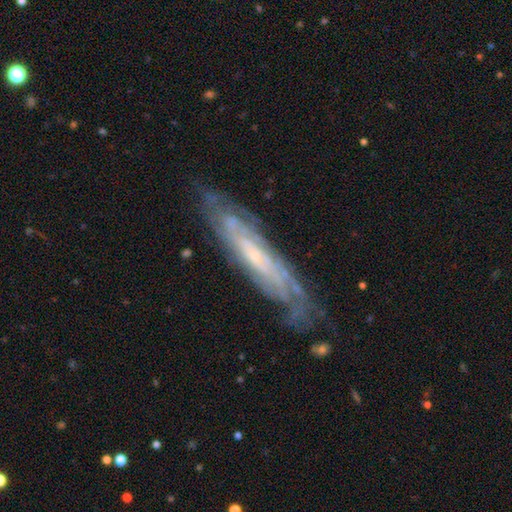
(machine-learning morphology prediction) Smooth or featured? Predicted: featured or disk (p=0.78). Edge-on disk? Predicted: no (p=0.61). Merging? Predicted: none (p=0.73).